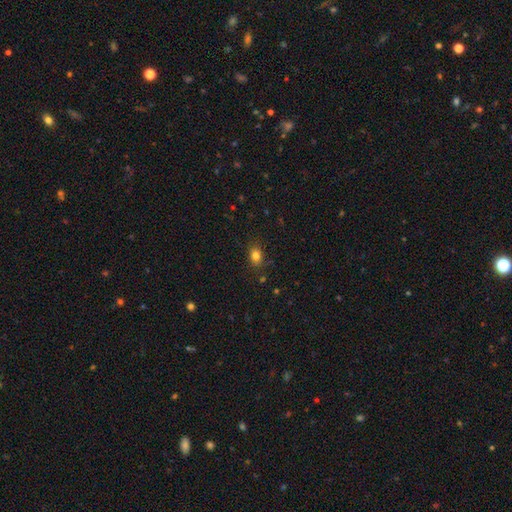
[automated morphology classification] Smooth or featured? Predicted: smooth (p=0.82). How rounded? Predicted: in between (p=0.65). Merging? Predicted: none (p=0.82).